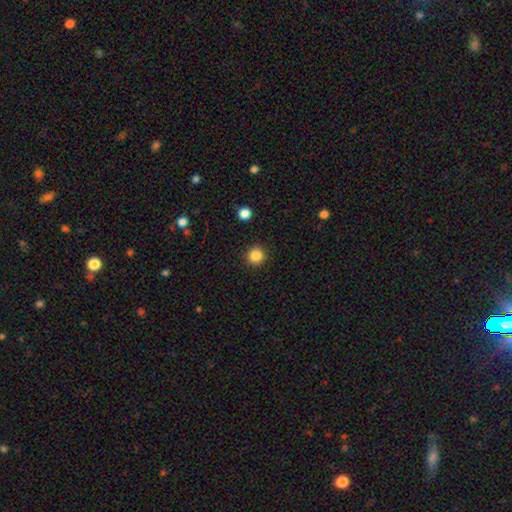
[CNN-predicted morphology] The model was most divided on "smooth or featured": smooth: 85%, star or artifact: 11%, featured or disk: 4%. More confident: how rounded — round (95%); merging — none (92%).